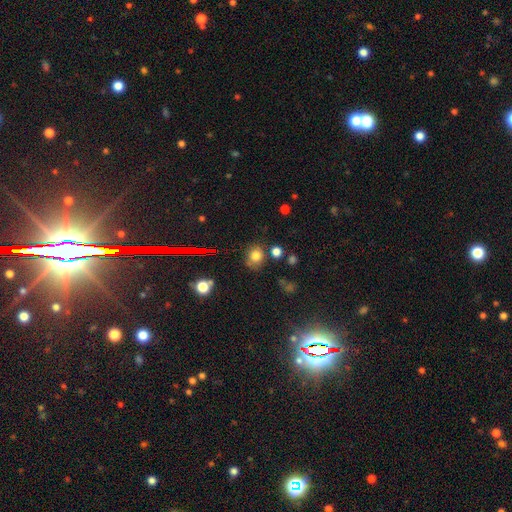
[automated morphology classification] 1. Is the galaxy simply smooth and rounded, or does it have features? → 75% smooth, 17% star or artifact, 8% featured or disk.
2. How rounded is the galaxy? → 69% round, 30% in between, 1% cigar-shaped.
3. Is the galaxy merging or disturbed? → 73% none, 15% minor disturbance, 7% merger, 5% major disturbance.